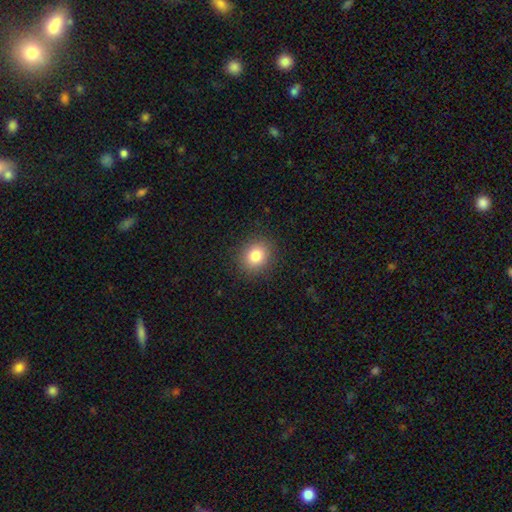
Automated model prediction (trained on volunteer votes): This is clearly a smooth galaxy (83%). How rounded: likely round (72%). Merging: clearly none (89%).